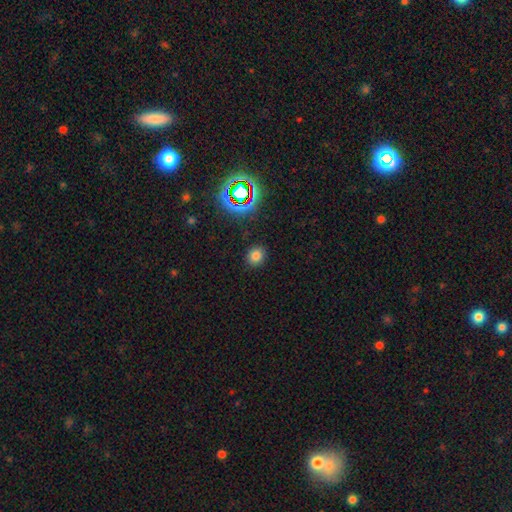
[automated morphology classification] The model was most divided on "how rounded": round: 73%, in between: 26%, cigar-shaped: 1%. More confident: merging — none (88%); smooth or featured — smooth (75%).